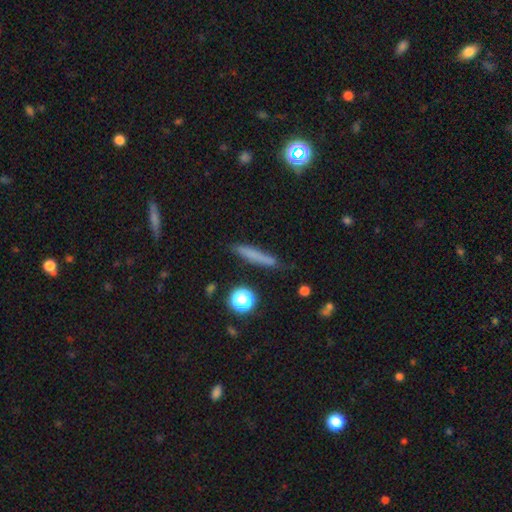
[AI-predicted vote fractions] Smooth or featured: smooth — 69% (featured or disk — 20%)
How rounded: cigar-shaped — 91% (in between — 6%)
Merging: none — 81% (minor disturbance — 13%)